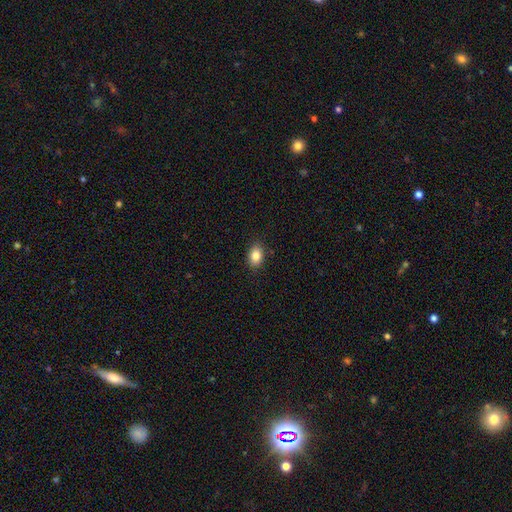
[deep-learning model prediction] smooth 85%, star or artifact 9%, featured or disk 6%. Down the decision tree: how rounded — in between (81%); merging — none (88%).